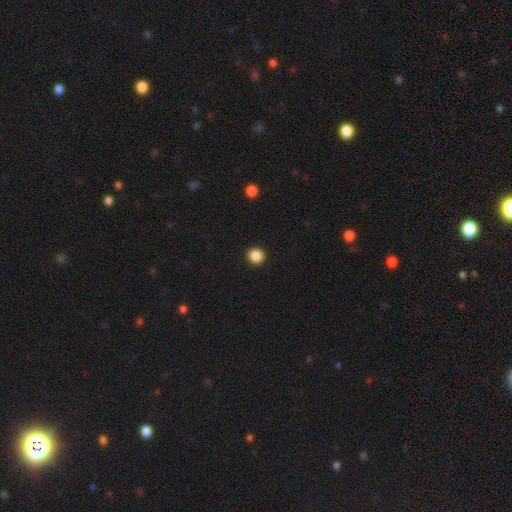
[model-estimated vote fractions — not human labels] The model was most divided on "smooth or featured": smooth: 87%, star or artifact: 10%, featured or disk: 3%. More confident: merging — none (93%); how rounded — round (90%).